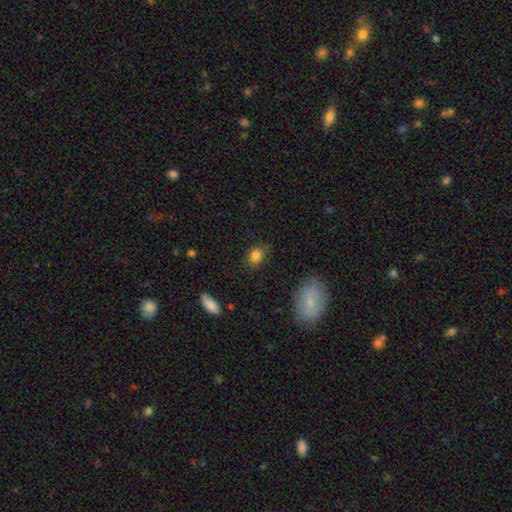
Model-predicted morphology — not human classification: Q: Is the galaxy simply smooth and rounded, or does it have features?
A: smooth — 84%.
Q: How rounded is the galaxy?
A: in between — 55%.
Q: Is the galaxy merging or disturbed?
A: none — 79%.